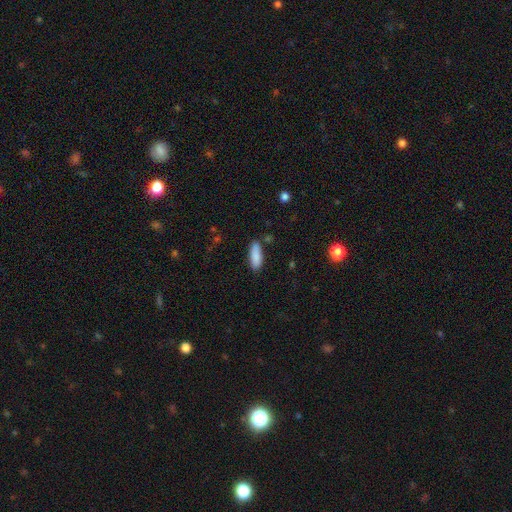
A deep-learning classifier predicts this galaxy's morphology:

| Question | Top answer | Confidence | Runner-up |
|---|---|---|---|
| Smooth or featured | smooth | 88% | star or artifact (6%) |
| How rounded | in between | 61% | cigar-shaped (37%) |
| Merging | none | 80% | minor disturbance (14%) |